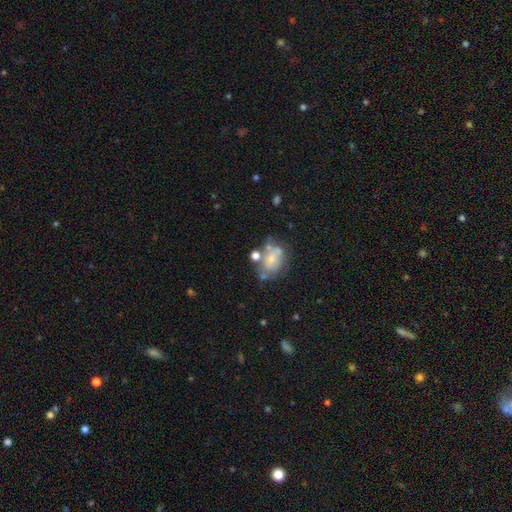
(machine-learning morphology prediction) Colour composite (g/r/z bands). It shows a smooth galaxy with no disk features (50%). Merging: none (37%).